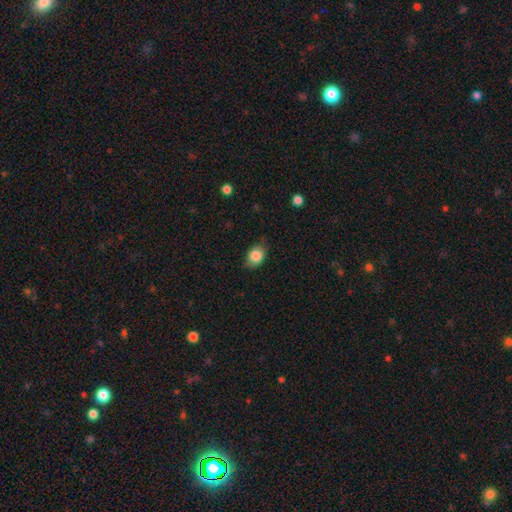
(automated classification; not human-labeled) Overall: smooth (82%). How rounded: in between (71%). Merging: none (72%).